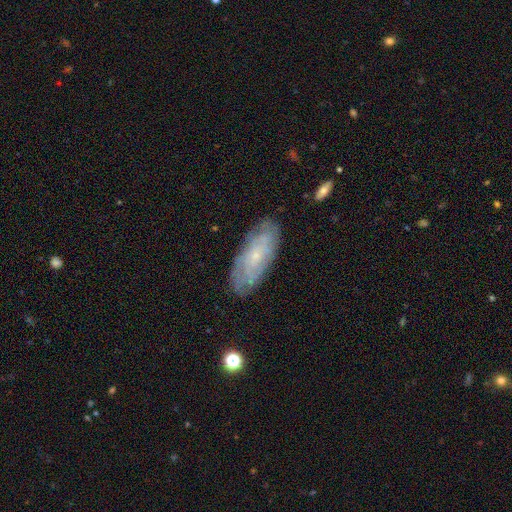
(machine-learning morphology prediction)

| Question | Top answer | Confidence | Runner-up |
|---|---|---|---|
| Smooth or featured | featured or disk | 62% | smooth (30%) |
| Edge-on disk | no | 87% | yes (13%) |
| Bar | no | 78% | weak (18%) |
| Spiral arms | yes | 77% | no (23%) |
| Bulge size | small | 77% | moderate (16%) |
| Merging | none | 79% | minor disturbance (15%) |